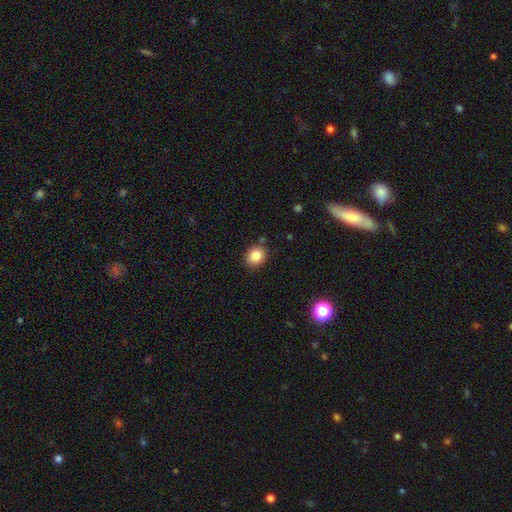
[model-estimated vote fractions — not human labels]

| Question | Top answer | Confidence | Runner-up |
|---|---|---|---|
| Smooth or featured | smooth | 85% | star or artifact (10%) |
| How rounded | round | 66% | in between (33%) |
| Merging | none | 85% | minor disturbance (10%) |